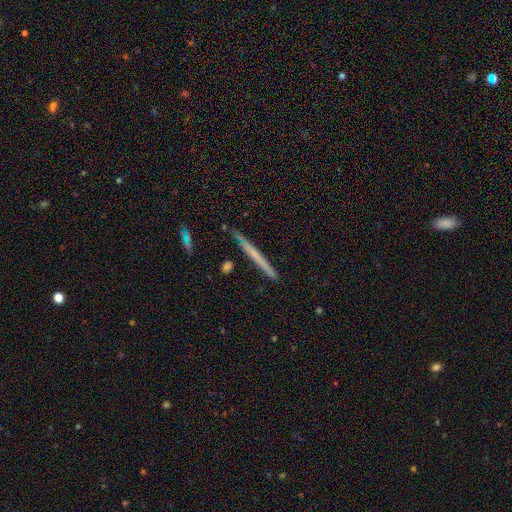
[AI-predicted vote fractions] smooth-or-featured: smooth: 51% | featured or disk: 43% | star or artifact: 6%
  how-rounded: cigar-shaped: 97% | in between: 2% | round: 1%
  merging: none: 88% | minor disturbance: 8% | merger: 2% | major disturbance: 2%